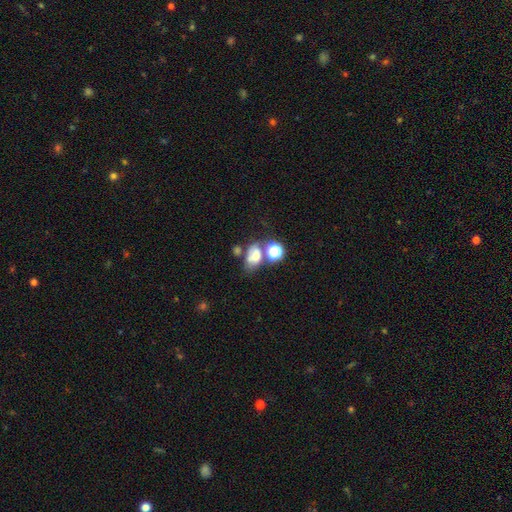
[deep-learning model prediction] A smooth galaxy with no disk features (61%) that is in between round and cigar-shaped (71%). Merging: none (36%, tied with merger).